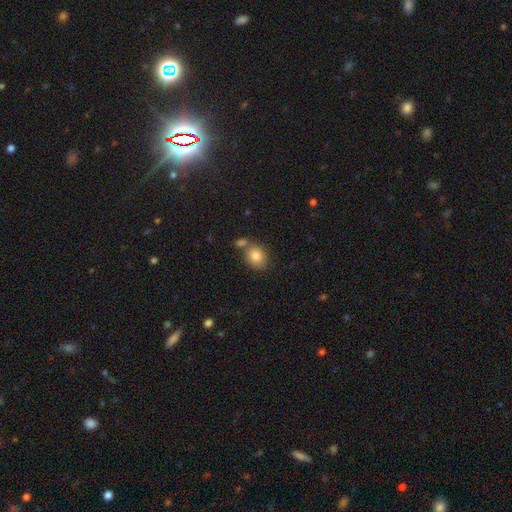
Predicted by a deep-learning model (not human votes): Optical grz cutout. It shows a smooth galaxy with no disk features (84%) that is round (52%). Merging: none (60%).